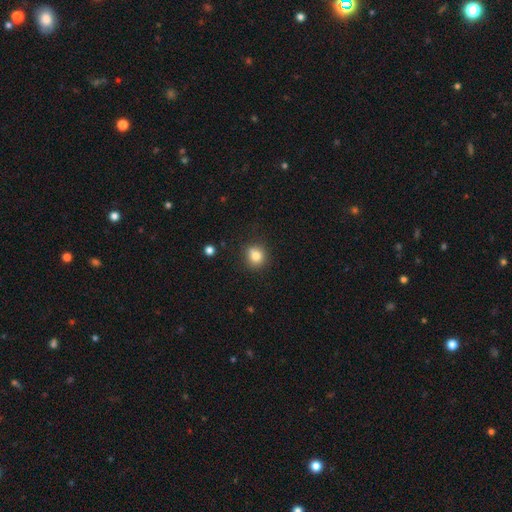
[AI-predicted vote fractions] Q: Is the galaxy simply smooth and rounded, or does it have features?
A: smooth — 79%.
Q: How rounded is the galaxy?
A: round — 85%.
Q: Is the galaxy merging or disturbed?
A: none — 74%.